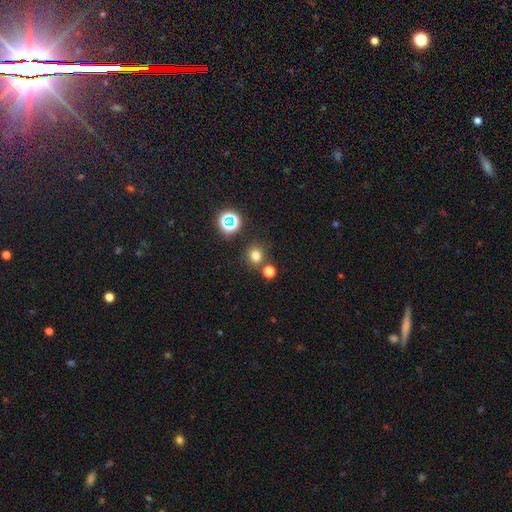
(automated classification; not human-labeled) Smooth or featured? smooth (71%)
How rounded? round (87%)
Merging? none (77%)